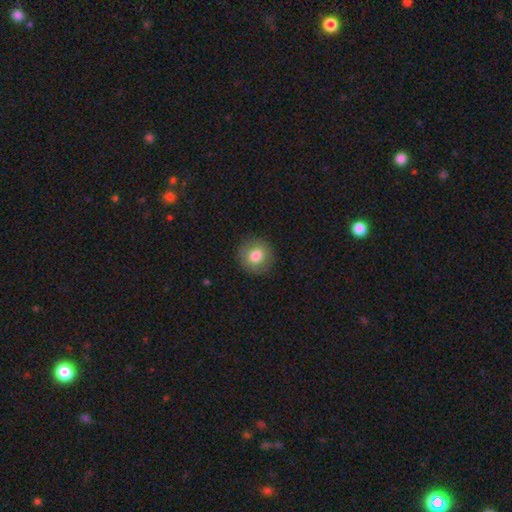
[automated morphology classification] A smooth galaxy with no disk features (79%) that is round (90%).

Vote fractions:
- Smooth or featured? smooth: 79% / featured or disk: 13% / star or artifact: 8%
- How rounded? round: 90% / in between: 9% / cigar-shaped: 1%
- Merging? none: 89% / minor disturbance: 7% / major disturbance: 2% / merger: 1%